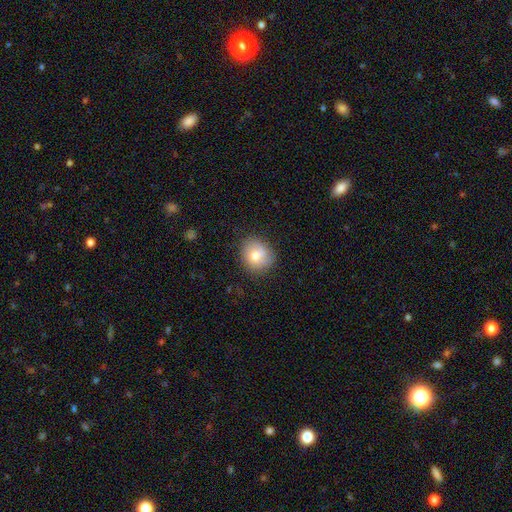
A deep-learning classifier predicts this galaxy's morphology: This appears to be a smooth galaxy with no disk features (73%) that is round (75%). Merging: none (75%).